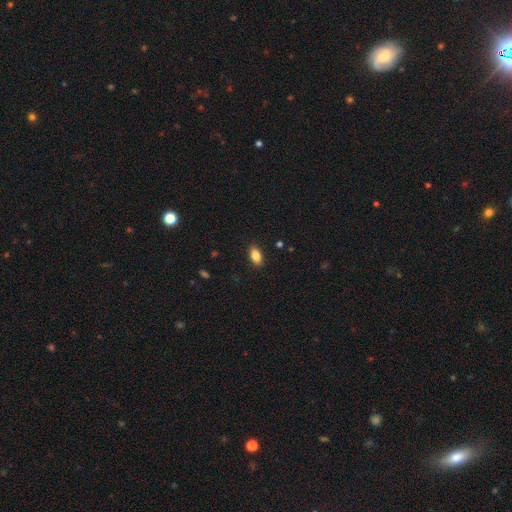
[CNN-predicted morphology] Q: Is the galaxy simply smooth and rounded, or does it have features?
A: smooth — 85%.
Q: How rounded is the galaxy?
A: in between — 90%.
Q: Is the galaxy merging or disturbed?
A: none — 89%.